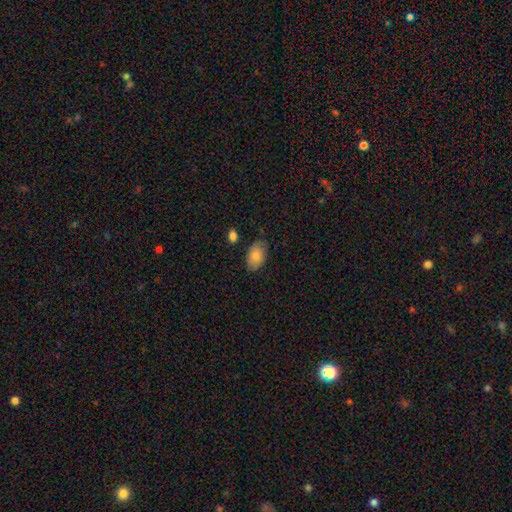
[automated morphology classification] smooth_or_featured: smooth (p=0.79) [alt: featured or disk p=0.15]
how_rounded: in between (p=0.92) [alt: round p=0.07]
merging: none (p=0.75) [alt: minor disturbance p=0.19]